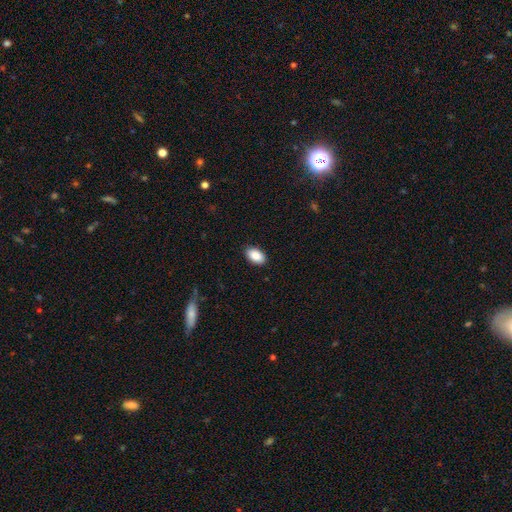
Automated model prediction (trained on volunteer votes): This appears to be a smooth galaxy with no disk features (89%) that is in between round and cigar-shaped (94%). Merging: none (89%).